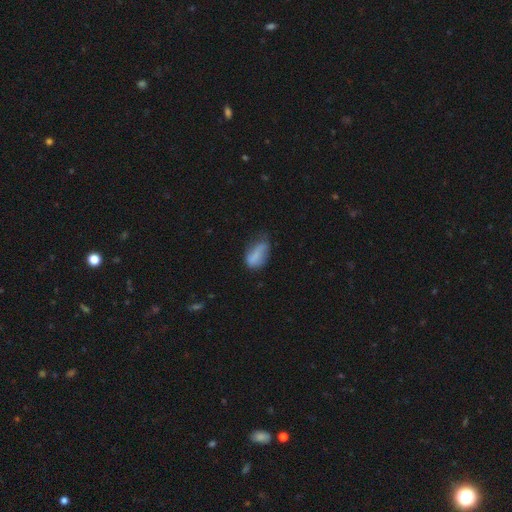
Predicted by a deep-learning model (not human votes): A smooth galaxy with no disk features (69%) that is in between round and cigar-shaped (86%).

Vote fractions:
- Smooth or featured? smooth: 69% / featured or disk: 22% / star or artifact: 9%
- How rounded? in between: 86% / cigar-shaped: 8% / round: 5%
- Merging? minor disturbance: 39% (tied) / none: 39% (tied) / major disturbance: 18% / merger: 4%